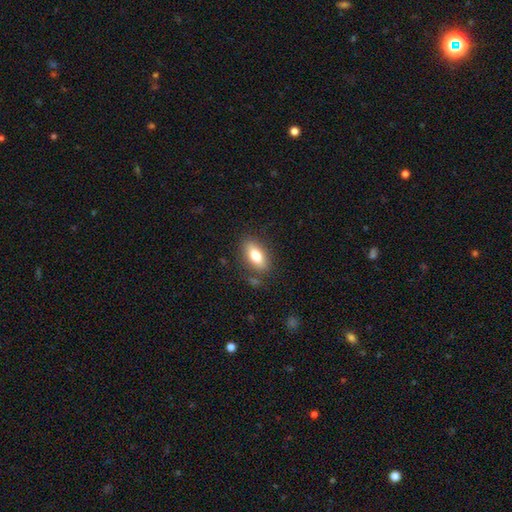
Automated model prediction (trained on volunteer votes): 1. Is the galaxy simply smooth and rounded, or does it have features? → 75% smooth, 18% featured or disk, 7% star or artifact.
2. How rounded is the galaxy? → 83% in between, 13% cigar-shaped, 5% round.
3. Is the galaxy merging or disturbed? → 82% none, 12% minor disturbance, 3% major disturbance, 3% merger.